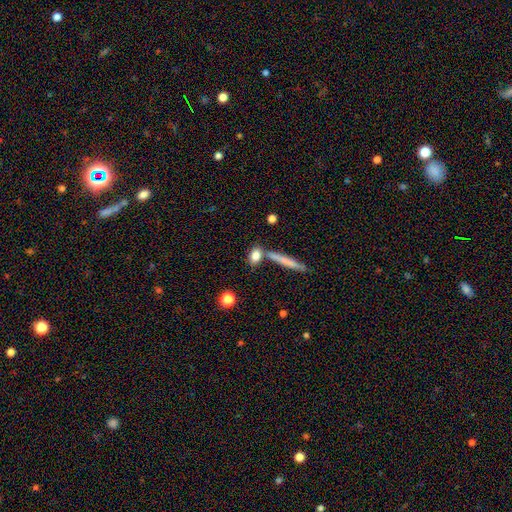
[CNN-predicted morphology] smooth_or_featured: smooth (p=0.80) [alt: featured or disk p=0.12]
how_rounded: in between (p=0.59) [alt: cigar-shaped p=0.22]
merging: none (p=0.63) [alt: merger p=0.20]